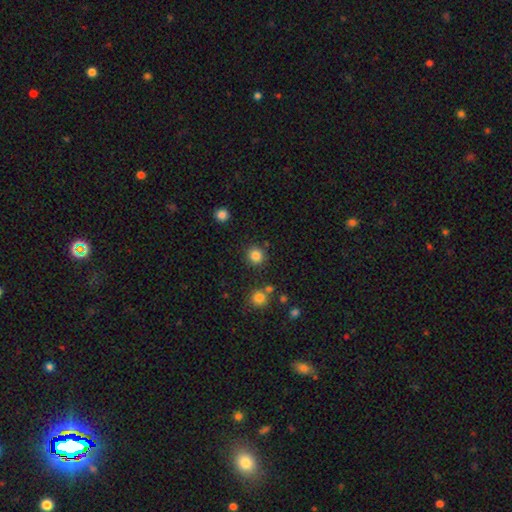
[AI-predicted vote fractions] Smooth or featured: smooth — 84% (star or artifact — 12%)
How rounded: round — 93% (in between — 6%)
Merging: none — 88% (minor disturbance — 6%)